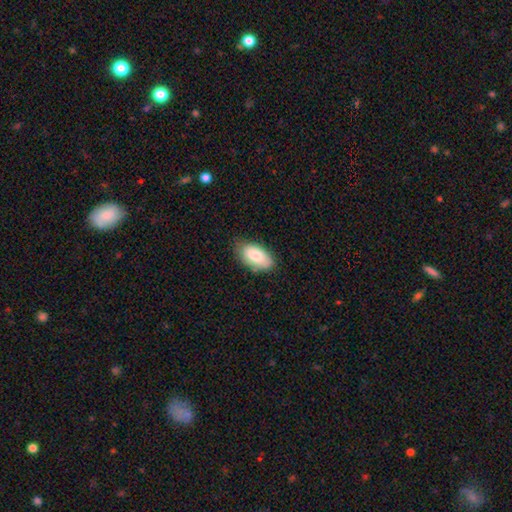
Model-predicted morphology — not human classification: type=smooth (81%); roundness=in between (94%); merging=none (73%).